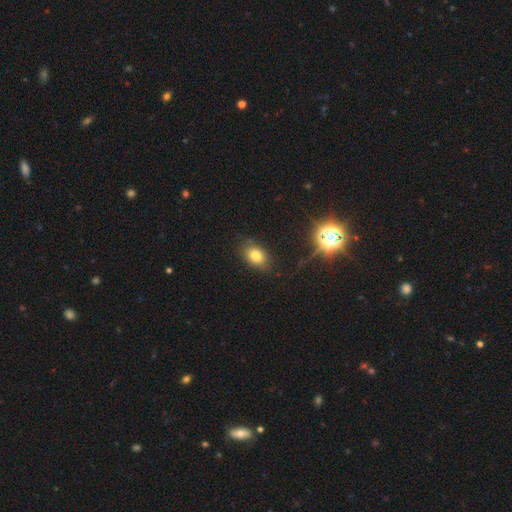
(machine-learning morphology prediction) smooth 76%, star or artifact 15%, featured or disk 10%. Down the decision tree: how rounded — in between (77%); merging — none (83%).